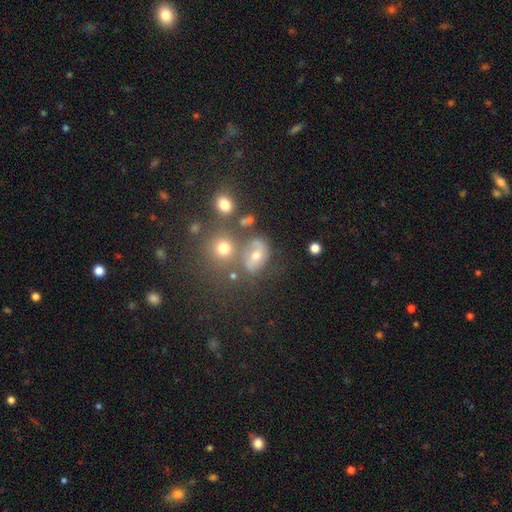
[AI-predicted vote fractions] Smooth or featured? Predicted: smooth (p=0.54). How rounded? Predicted: in between (p=0.61). Merging? Predicted: none (p=0.55).